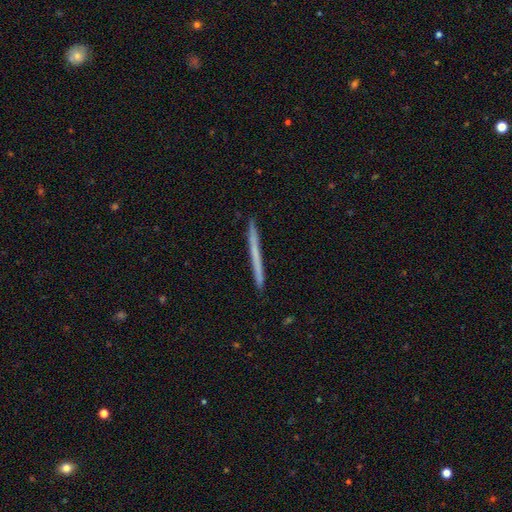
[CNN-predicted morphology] Overall: smooth (50%; featured or disk 44%). Merging: none (92%).